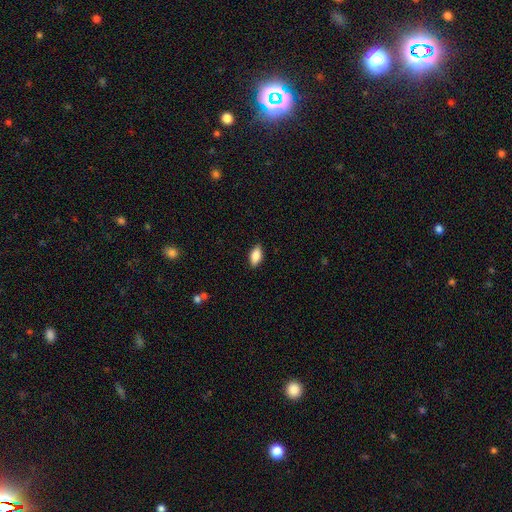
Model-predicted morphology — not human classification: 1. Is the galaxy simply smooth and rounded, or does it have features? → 84% smooth, 10% featured or disk, 7% star or artifact.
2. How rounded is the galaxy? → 88% in between, 9% cigar-shaped, 3% round.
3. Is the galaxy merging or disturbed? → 88% none, 9% minor disturbance, 2% major disturbance, 1% merger.